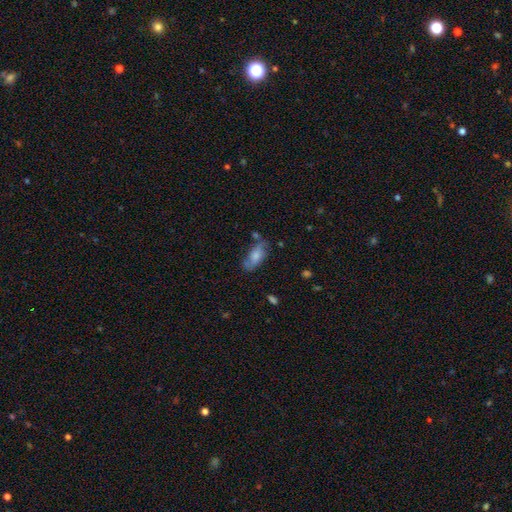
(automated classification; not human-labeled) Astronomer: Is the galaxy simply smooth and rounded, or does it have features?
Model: smooth — 62%.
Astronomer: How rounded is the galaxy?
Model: in between — 82%.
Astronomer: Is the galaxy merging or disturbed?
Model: none — 62%.